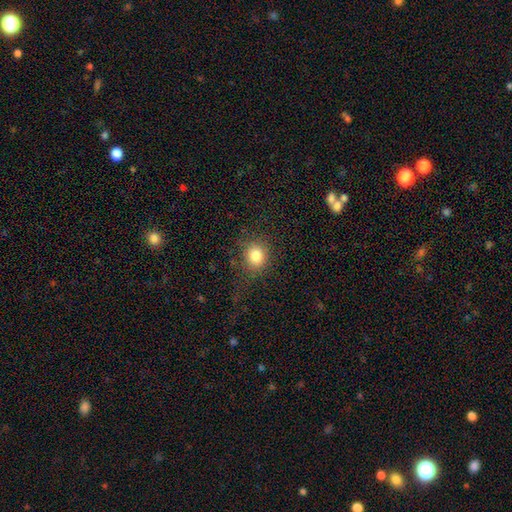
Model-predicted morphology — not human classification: This is clearly a smooth galaxy (82%). How rounded: likely round (76%). Merging: likely none (79%).